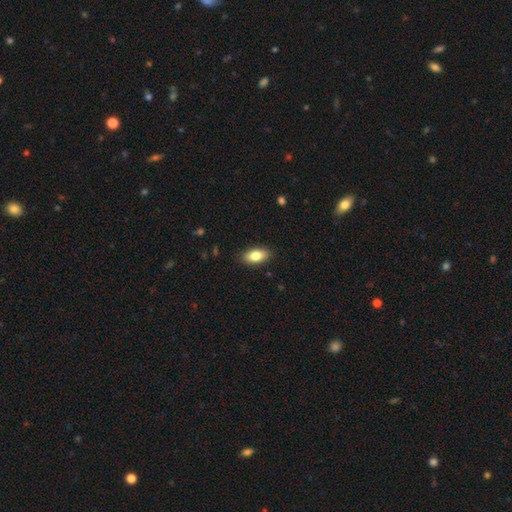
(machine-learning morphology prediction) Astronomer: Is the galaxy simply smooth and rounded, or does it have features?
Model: smooth — 82%.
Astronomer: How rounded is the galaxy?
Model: in between — 90%.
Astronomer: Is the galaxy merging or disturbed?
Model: none — 88%.